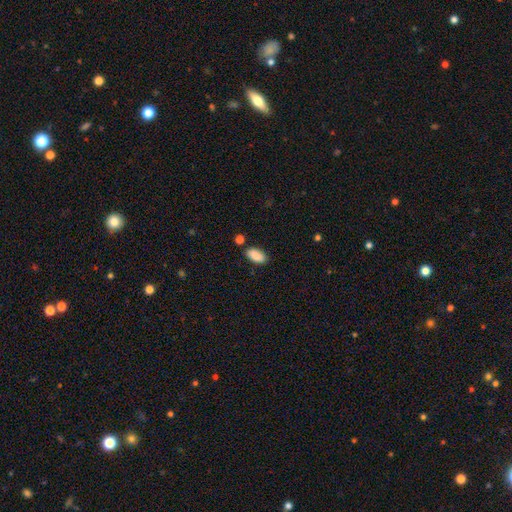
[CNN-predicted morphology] Smooth or featured?
  - smooth: 89% *
  - star or artifact: 7%
  - featured or disk: 4%
How rounded?
  - in between: 93% *
  - cigar-shaped: 5%
  - round: 3%
Merging?
  - none: 82% *
  - minor disturbance: 11%
  - merger: 4%
  - major disturbance: 3%